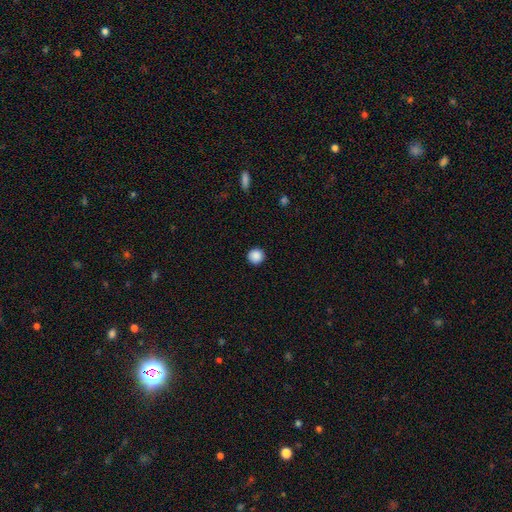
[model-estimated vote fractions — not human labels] A smooth galaxy with no disk features (89%) that is round (95%).

Vote fractions:
- Smooth or featured? smooth: 89% / star or artifact: 9% / featured or disk: 2%
- How rounded? round: 95% / in between: 4% / cigar-shaped: 1%
- Merging? none: 92% / minor disturbance: 5% / major disturbance: 2% / merger: 1%